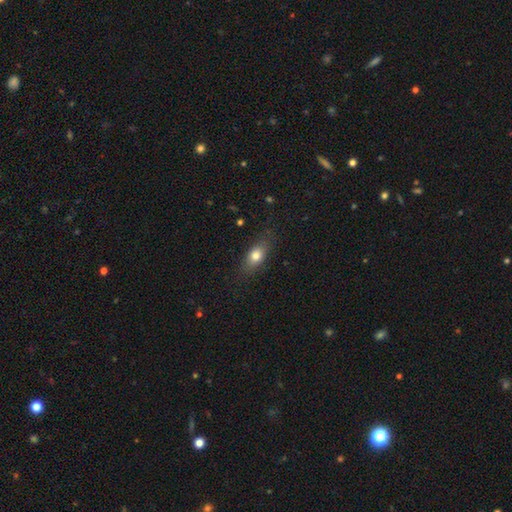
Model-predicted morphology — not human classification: Smooth or featured? smooth (76%)
How rounded? in between (77%)
Merging? none (79%)